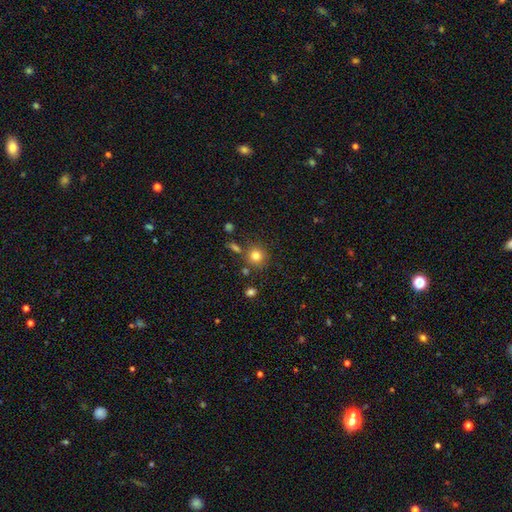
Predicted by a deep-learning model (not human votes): Smooth or featured? Predicted: smooth (p=0.80). How rounded? Predicted: round (p=0.90). Merging? Predicted: none (p=0.78).